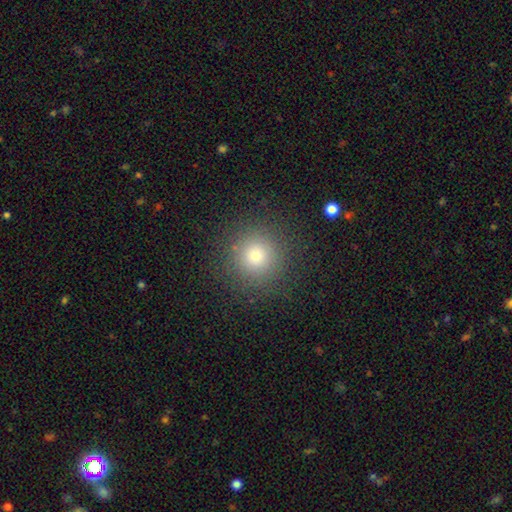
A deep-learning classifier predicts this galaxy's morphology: smooth_or_featured: smooth (p=0.75) [alt: star or artifact p=0.17]
how_rounded: round (p=0.95) [alt: in between p=0.04]
merging: none (p=0.91) [alt: minor disturbance p=0.05]